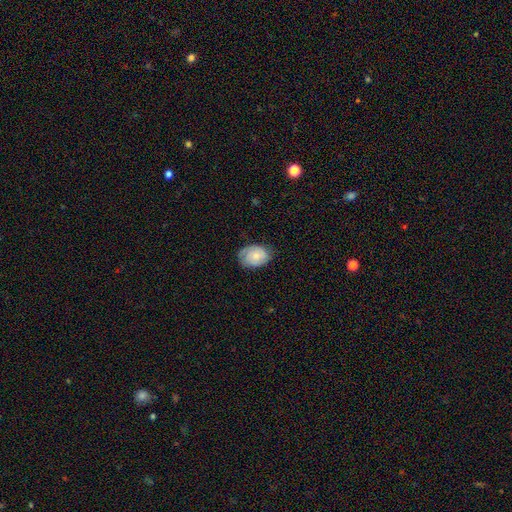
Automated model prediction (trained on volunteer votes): smooth_or_featured: smooth (p=0.59) [alt: featured or disk p=0.34]
how_rounded: in between (p=0.75) [alt: round p=0.24]
merging: none (p=0.65) [alt: minor disturbance p=0.27]